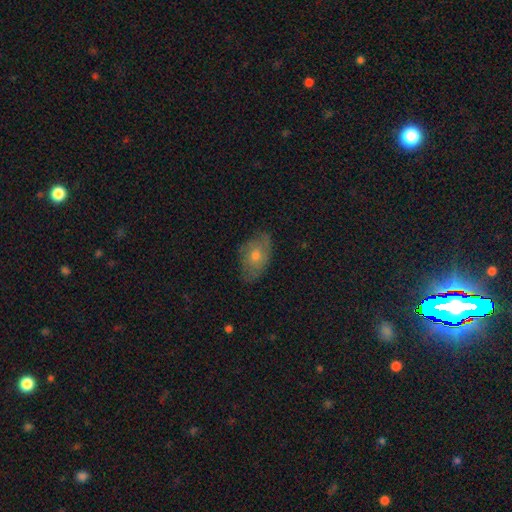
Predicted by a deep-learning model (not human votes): The model was most divided on "smooth or featured": featured or disk: 47%, smooth: 43%, star or artifact: 9%. More confident: merging — none (70%).